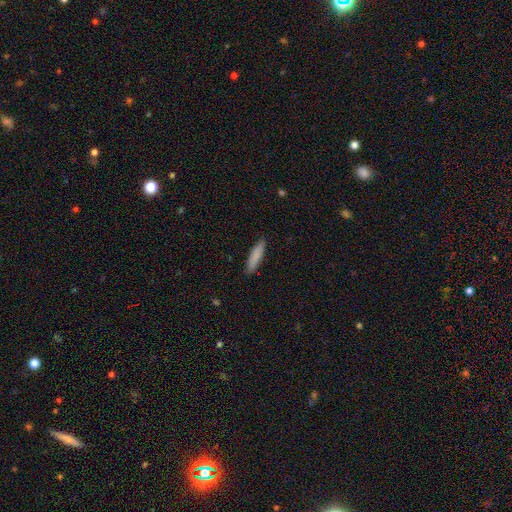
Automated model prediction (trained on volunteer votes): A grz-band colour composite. It shows a smooth galaxy with no disk features (85%) that is cigar-shaped (82%). Merging: none (89%).